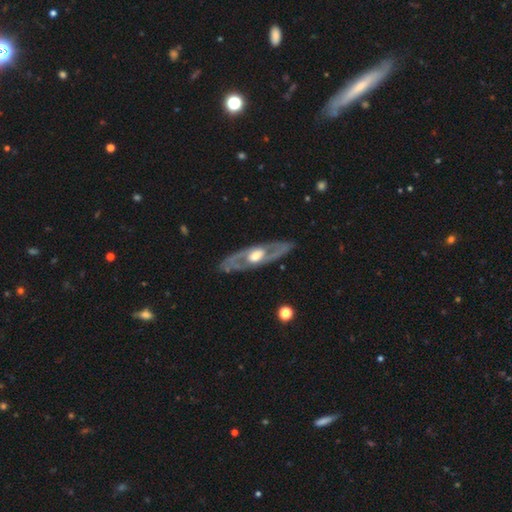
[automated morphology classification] Smooth or featured? featured or disk (80%)
Edge-on disk? no (73%)
Bar? no (61%)
Spiral arms? yes (55%)
Bulge size? moderate (57%)
Merging? none (84%)